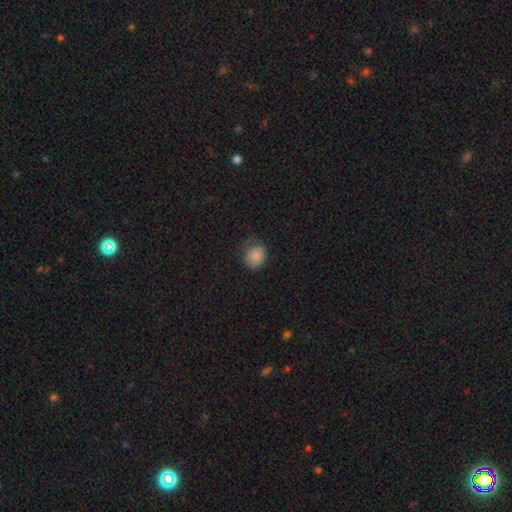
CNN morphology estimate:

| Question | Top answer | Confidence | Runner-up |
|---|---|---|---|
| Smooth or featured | smooth | 83% | star or artifact (9%) |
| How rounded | round | 71% | in between (28%) |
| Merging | none | 63% | minor disturbance (29%) |